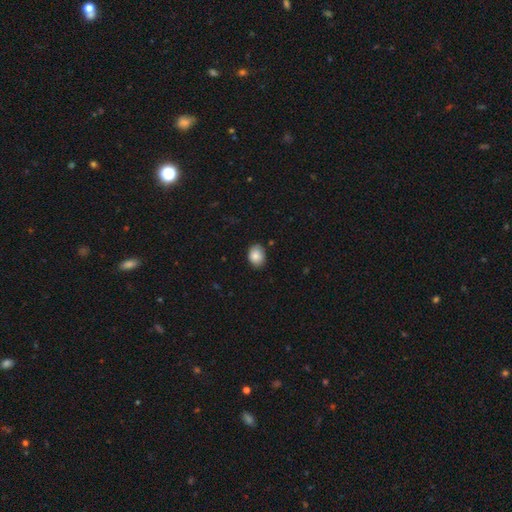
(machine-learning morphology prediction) smooth-or-featured: smooth: 86% | star or artifact: 8% | featured or disk: 7%
  how-rounded: in between: 66% | round: 33% | cigar-shaped: 1%
  merging: none: 82% | minor disturbance: 15% | major disturbance: 2% | merger: 1%